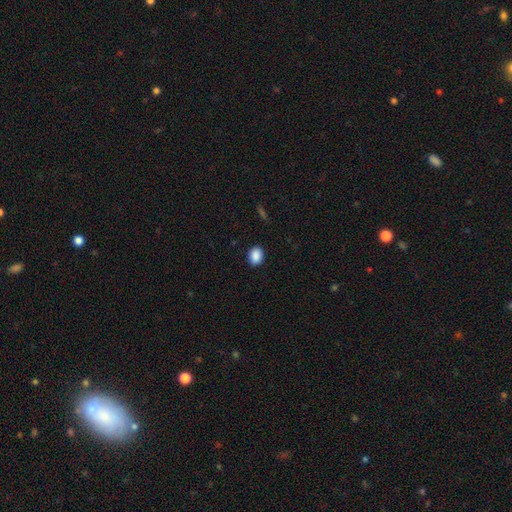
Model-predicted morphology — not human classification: smooth_or_featured: smooth (p=0.89) [alt: star or artifact p=0.08]
how_rounded: in between (p=0.64) [alt: round p=0.35]
merging: none (p=0.90) [alt: minor disturbance p=0.07]